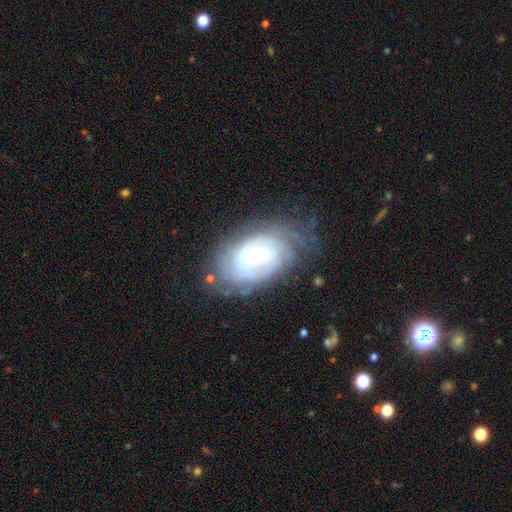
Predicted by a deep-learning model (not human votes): Morphology: type=featured or disk (70%); edge-on=no (96%); bar=no (59%); spiral arms=yes (78%); winding=tight (62%); arm count=can't tell (55%); bulge=small (60%); merging=none (54%).